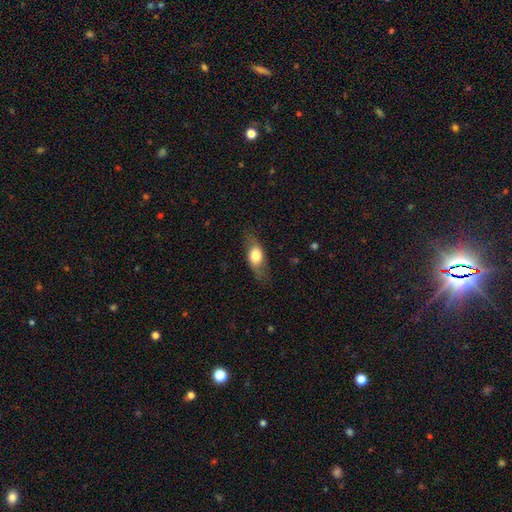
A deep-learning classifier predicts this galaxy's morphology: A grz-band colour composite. It shows a smooth galaxy with no disk features (62%) that is in between round and cigar-shaped (75%). Merging: none (74%).